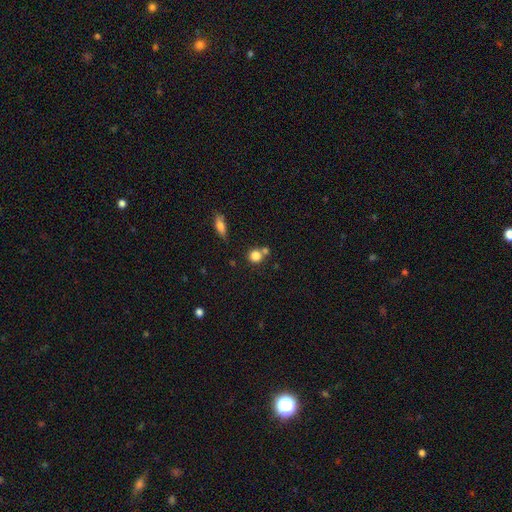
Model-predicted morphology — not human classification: Smooth or featured? Predicted: smooth (p=0.81). How rounded? Predicted: round (p=0.87). Merging? Predicted: none (p=0.59).